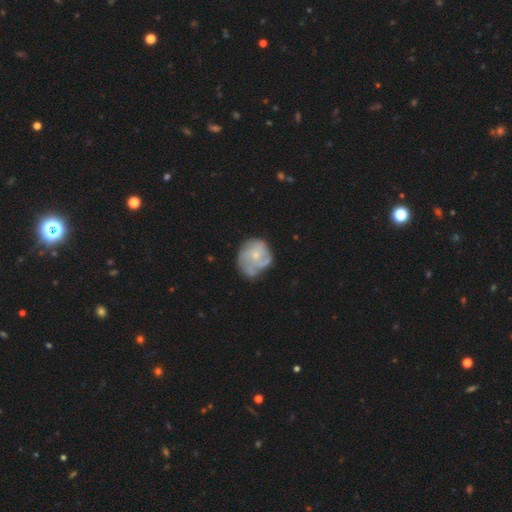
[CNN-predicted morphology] type=featured or disk (55%); edge-on=no (98%); bar=no (82%); spiral arms=yes (64%); bulge=small (68%); merging=none (45%).